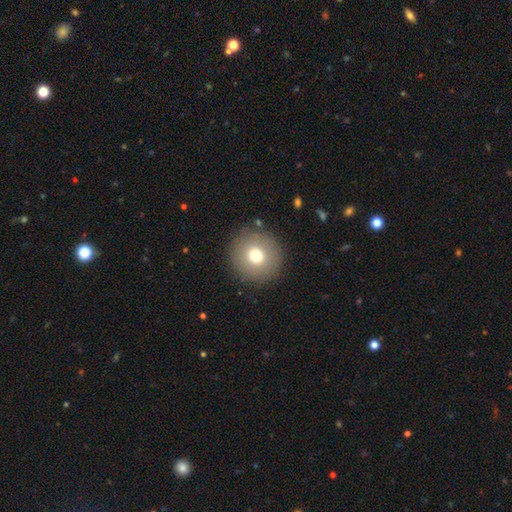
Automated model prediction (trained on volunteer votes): Smooth or featured? Predicted: smooth (p=0.74). How rounded? Predicted: round (p=0.95). Merging? Predicted: none (p=0.89).